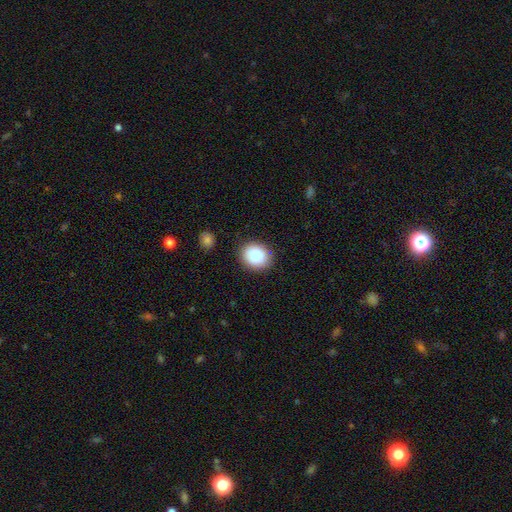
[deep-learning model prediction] This appears to be a smooth galaxy with no disk features (86%) that is round (62%). Merging: none (86%).